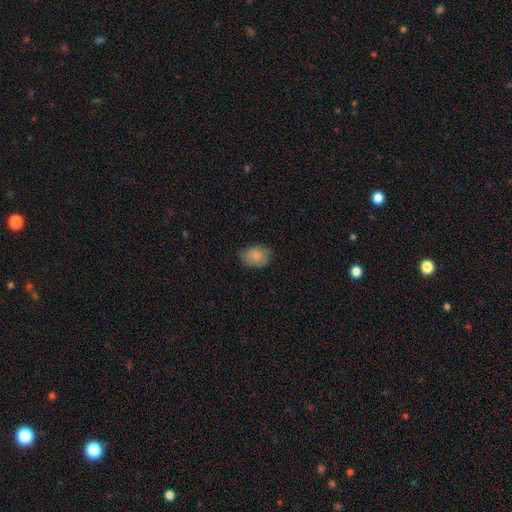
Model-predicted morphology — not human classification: Overall: smooth (84%). How rounded: in between (72%). Merging: none (71%).